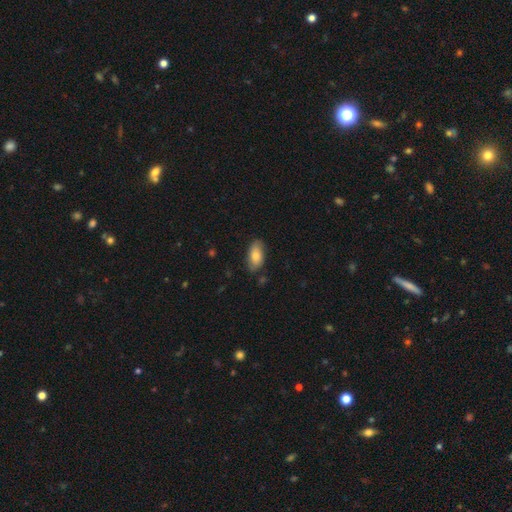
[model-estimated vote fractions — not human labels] Smooth or featured?
  - smooth: 78% *
  - featured or disk: 15%
  - star or artifact: 7%
How rounded?
  - in between: 91% *
  - cigar-shaped: 6%
  - round: 3%
Merging?
  - none: 78% *
  - minor disturbance: 17%
  - major disturbance: 3%
  - merger: 2%